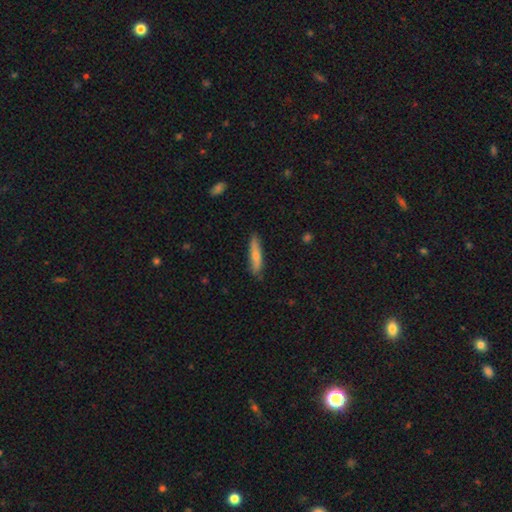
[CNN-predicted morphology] A smooth galaxy with no disk features (73%) that is cigar-shaped (84%). Merging: none (82%).